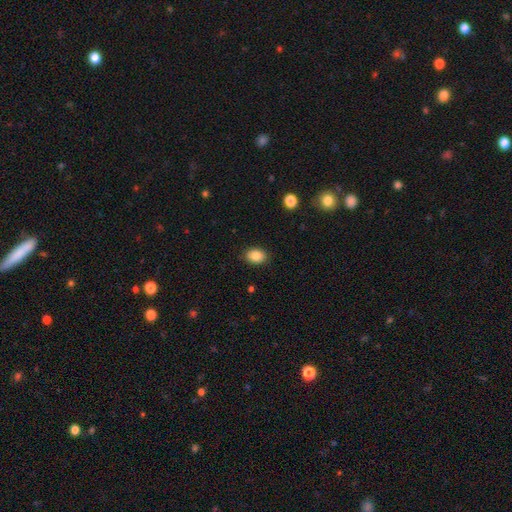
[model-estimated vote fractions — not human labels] smooth_or_featured: smooth (p=0.86) [alt: star or artifact p=0.08]
how_rounded: in between (p=0.76) [alt: round p=0.23]
merging: none (p=0.88) [alt: minor disturbance p=0.09]